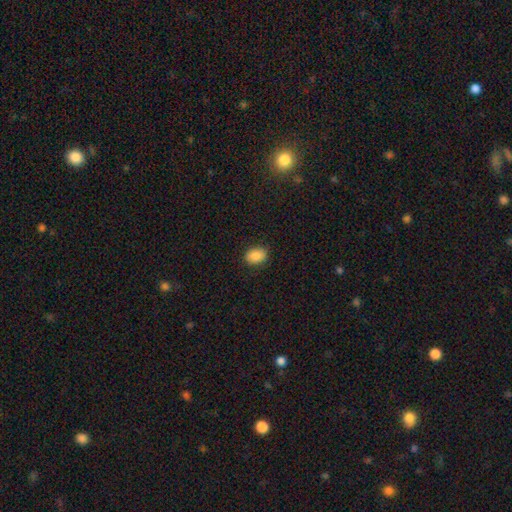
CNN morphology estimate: Smooth or featured?
  - smooth: 88% *
  - star or artifact: 8%
  - featured or disk: 4%
How rounded?
  - in between: 79% *
  - round: 20%
  - cigar-shaped: 1%
Merging?
  - none: 86% *
  - minor disturbance: 10%
  - major disturbance: 2%
  - merger: 1%